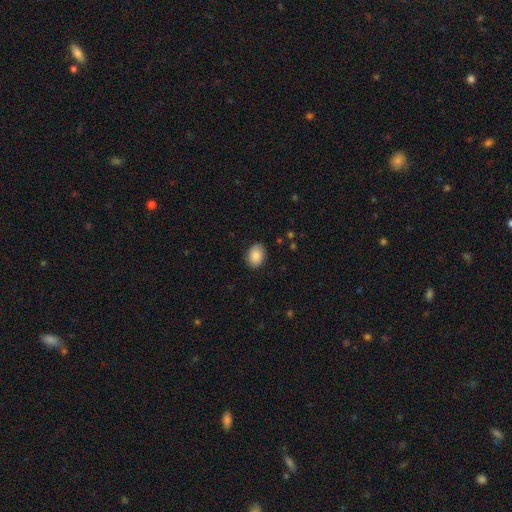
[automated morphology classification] Overall: smooth (87%). How rounded: in between (75%). Merging: none (87%).